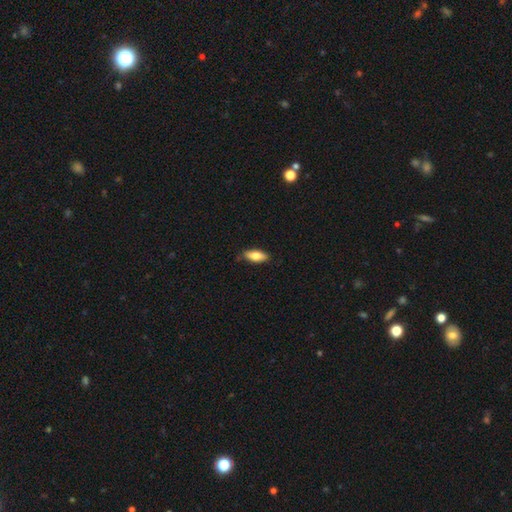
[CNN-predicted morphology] smooth-or-featured: smooth: 80% | featured or disk: 14% | star or artifact: 6%
  how-rounded: in between: 81% | cigar-shaped: 17% | round: 2%
  merging: none: 84% | minor disturbance: 13% | major disturbance: 2% | merger: 1%